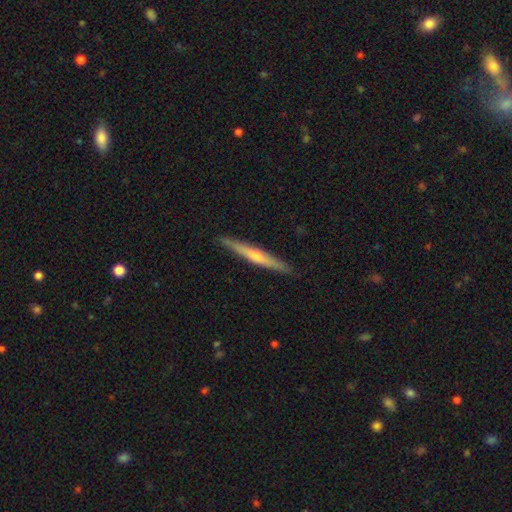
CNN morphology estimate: Smooth or featured? featured or disk (58%)
Edge-on disk? yes (97%)
Edge-on bulge? rounded (67%)
Merging? none (91%)